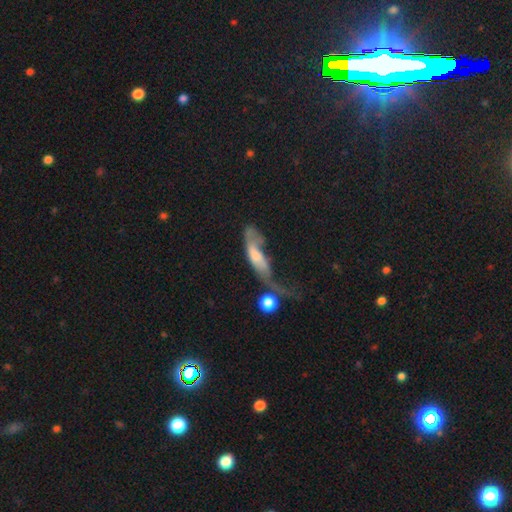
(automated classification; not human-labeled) Overall: featured or disk (44%; smooth 33%). Merging: major disturbance (36%; none 26%).